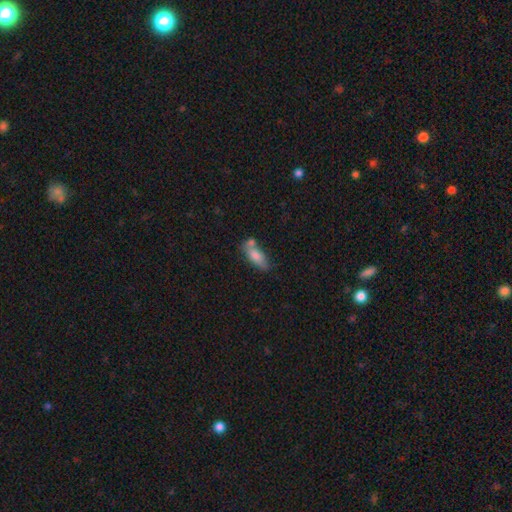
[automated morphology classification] type=smooth (77%); roundness=in between (76%); merging=none (48%).